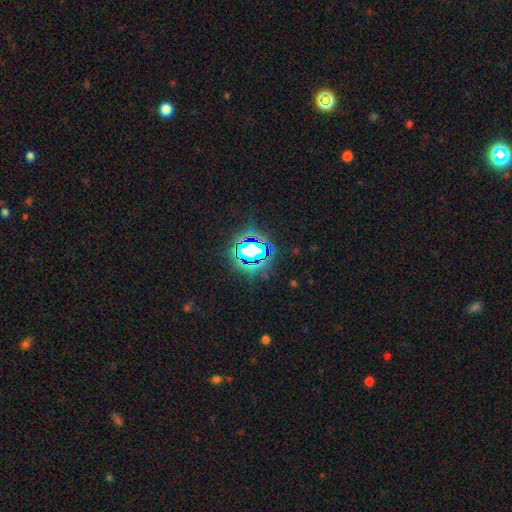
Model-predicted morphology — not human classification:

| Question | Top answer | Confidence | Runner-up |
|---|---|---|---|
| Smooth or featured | star or artifact | 82% | smooth (11%) |